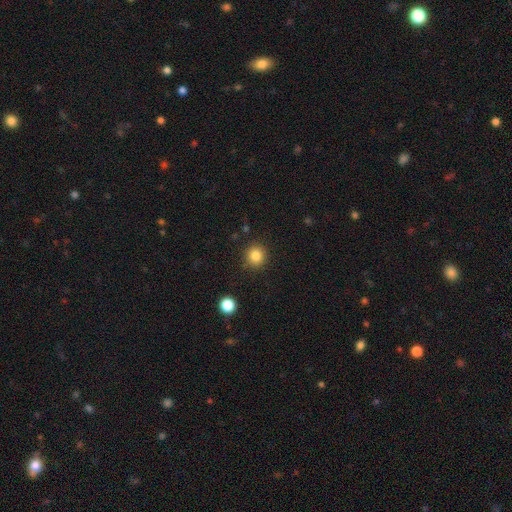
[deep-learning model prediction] smooth 84%, star or artifact 11%, featured or disk 5%. Down the decision tree: how rounded — round (91%); merging — none (89%).